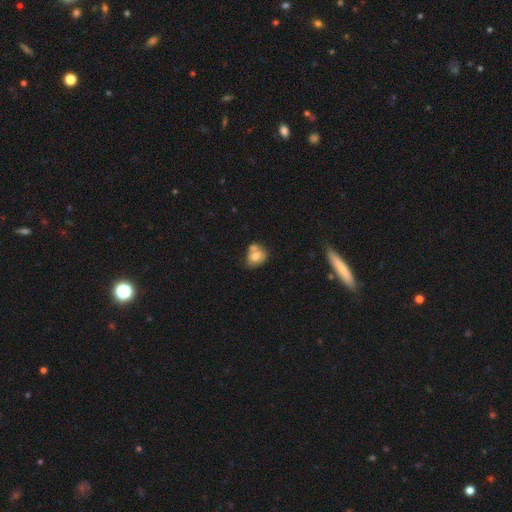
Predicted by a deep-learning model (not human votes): smooth 68%, featured or disk 23%, star or artifact 9%. Down the decision tree: how rounded — round (54%); merging — merger (42%).